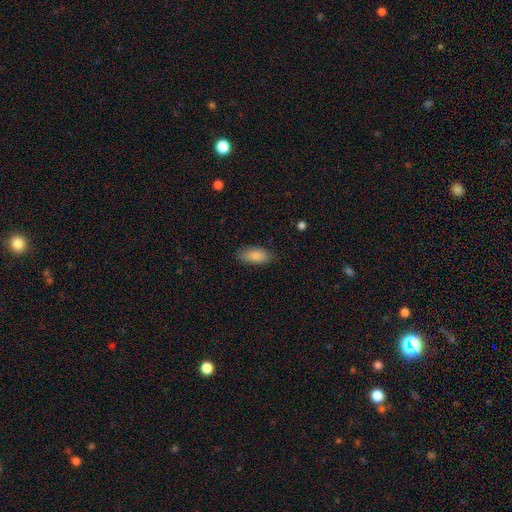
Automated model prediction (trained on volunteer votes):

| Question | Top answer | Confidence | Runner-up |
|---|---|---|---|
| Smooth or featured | smooth | 85% | featured or disk (8%) |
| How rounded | in between | 88% | cigar-shaped (10%) |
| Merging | none | 82% | minor disturbance (14%) |